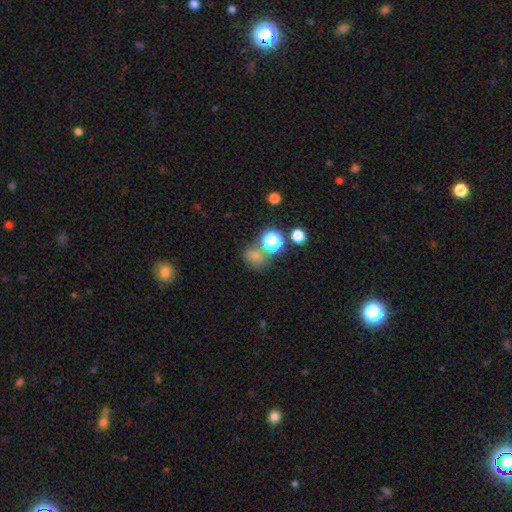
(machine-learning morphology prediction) smooth-or-featured: smooth: 64% | star or artifact: 26% | featured or disk: 9%
  how-rounded: round: 64% | in between: 35% | cigar-shaped: 1%
  merging: none: 57% | merger: 20% | minor disturbance: 15% | major disturbance: 9%